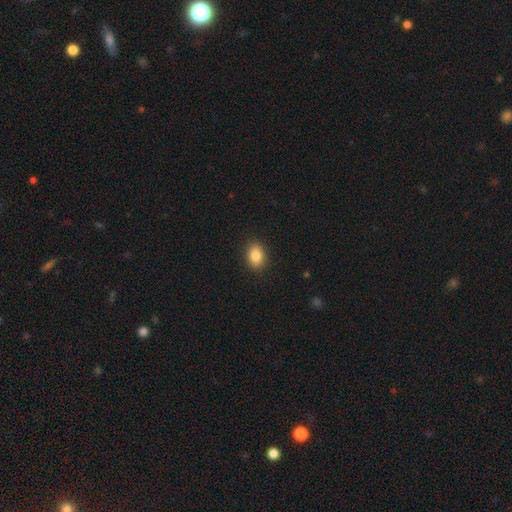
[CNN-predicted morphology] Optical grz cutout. It shows a smooth galaxy with no disk features (86%) that is in between round and cigar-shaped (77%). Merging: none (89%).